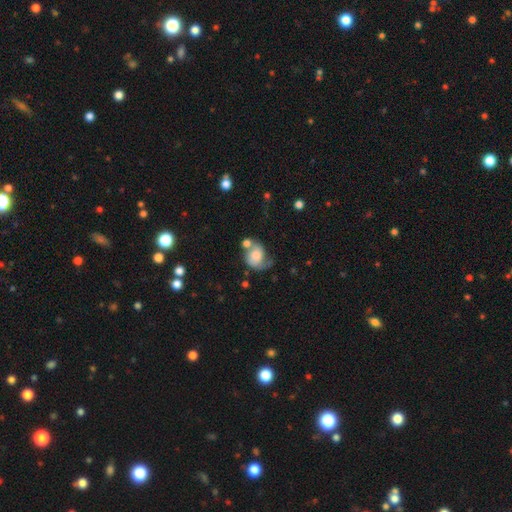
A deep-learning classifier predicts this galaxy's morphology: smooth-or-featured: smooth: 52% | featured or disk: 39% | star or artifact: 9%
  how-rounded: round: 53% | in between: 46% | cigar-shaped: 1%
  merging: none: 32% | merger: 26% | minor disturbance: 23% | major disturbance: 19%